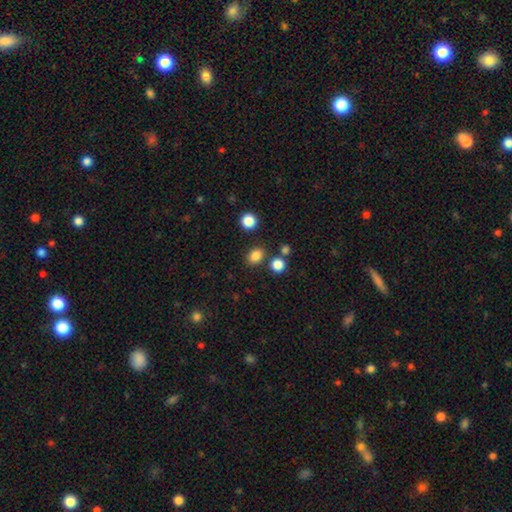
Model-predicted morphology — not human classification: Q: Smooth or featured?
A: smooth (83%); runner-up: star or artifact (13%)
Q: How rounded?
A: round (51%); runner-up: in between (48%)
Q: Merging?
A: none (81%); runner-up: minor disturbance (9%)